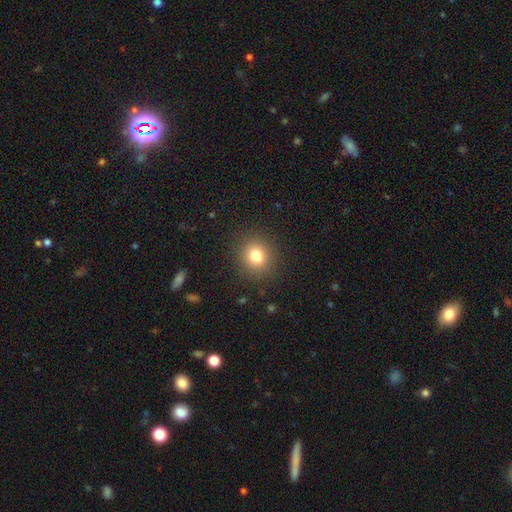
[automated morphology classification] The model was most divided on "how rounded": round: 76%, in between: 23%, cigar-shaped: 1%. More confident: merging — none (88%); smooth or featured — smooth (79%).